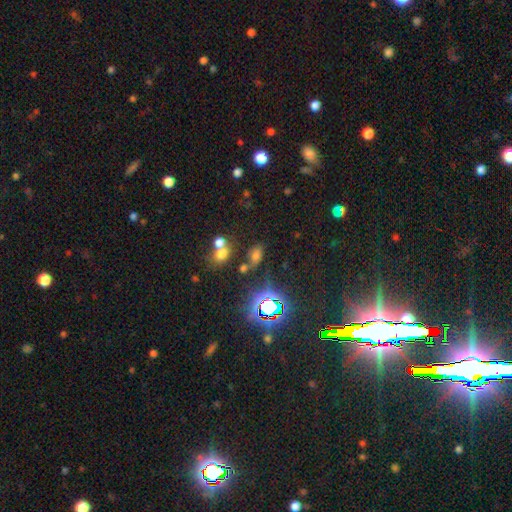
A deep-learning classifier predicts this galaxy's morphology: A smooth galaxy with no disk features (53%) that is in between round and cigar-shaped (78%).

Vote fractions:
- Smooth or featured? smooth: 53% / star or artifact: 37% / featured or disk: 10%
- How rounded? in between: 78% / round: 18% / cigar-shaped: 4%
- Merging? none: 57% / merger: 23% / minor disturbance: 14% / major disturbance: 7%